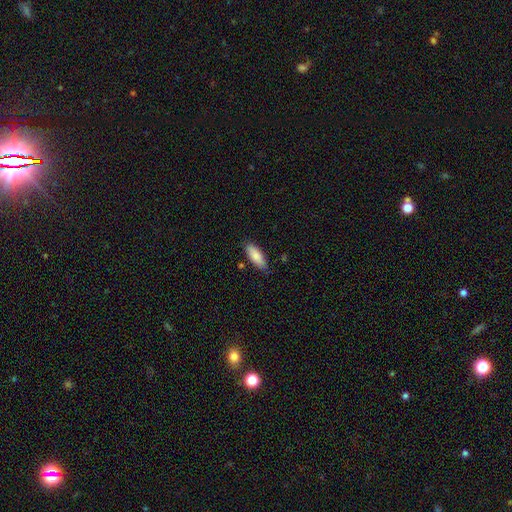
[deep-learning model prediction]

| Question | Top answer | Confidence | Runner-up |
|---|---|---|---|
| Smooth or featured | smooth | 85% | featured or disk (9%) |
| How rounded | in between | 69% | cigar-shaped (30%) |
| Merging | none | 82% | minor disturbance (14%) |